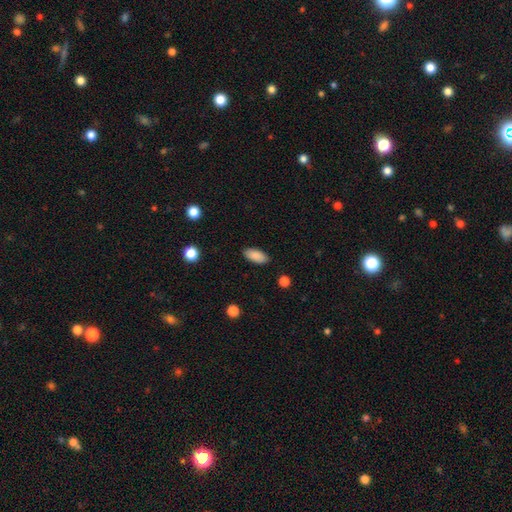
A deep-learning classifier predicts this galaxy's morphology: Smooth or featured?
  - smooth: 88% *
  - star or artifact: 7%
  - featured or disk: 5%
How rounded?
  - in between: 90% *
  - cigar-shaped: 8%
  - round: 2%
Merging?
  - none: 88% *
  - minor disturbance: 9%
  - major disturbance: 2%
  - merger: 1%